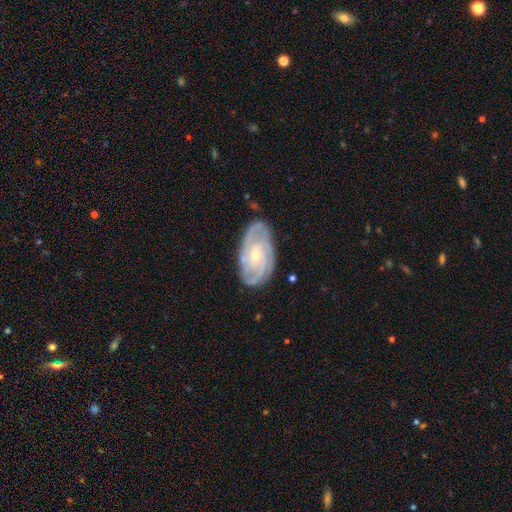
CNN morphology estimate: type=featured or disk (87%); edge-on=no (96%); bar=no (67%); spiral arms=yes (97%); winding=tight (68%); arm count=3 (35%); bulge=small (61%); merging=none (79%).